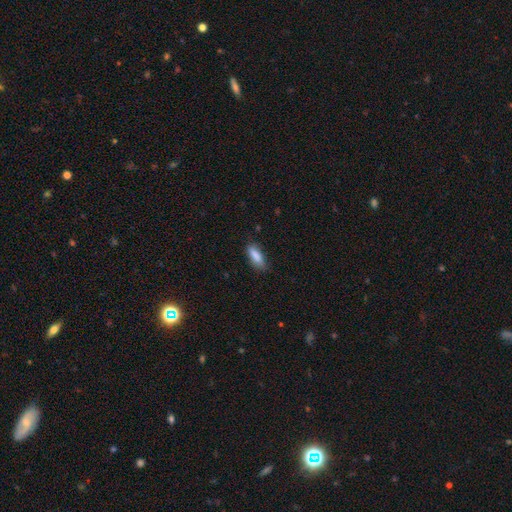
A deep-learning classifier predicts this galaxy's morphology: Smooth or featured?
  - smooth: 85% *
  - featured or disk: 8%
  - star or artifact: 7%
How rounded?
  - in between: 62% *
  - cigar-shaped: 36%
  - round: 2%
Merging?
  - none: 73% *
  - minor disturbance: 21%
  - major disturbance: 4%
  - merger: 2%